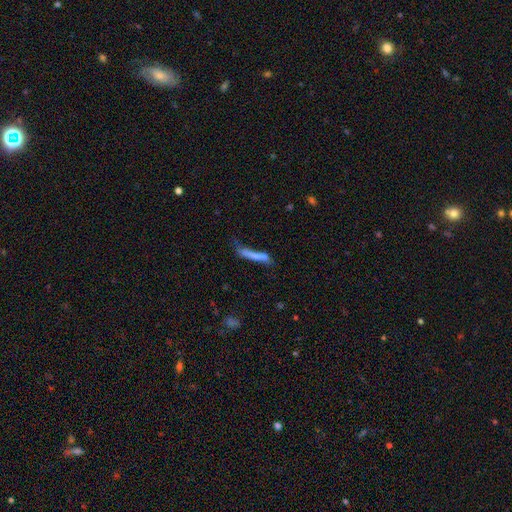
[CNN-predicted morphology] The model was most divided on "merging": none: 42%, minor disturbance: 22%, merger: 21%, major disturbance: 15%. More confident: how rounded — cigar-shaped (87%); smooth or featured — smooth (63%).